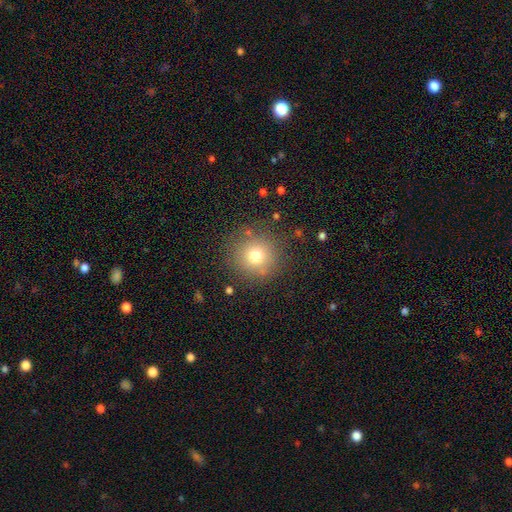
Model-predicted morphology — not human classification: smooth_or_featured: smooth (p=0.73) [alt: star or artifact p=0.15]
how_rounded: round (p=0.93) [alt: in between p=0.06]
merging: none (p=0.84) [alt: minor disturbance p=0.09]